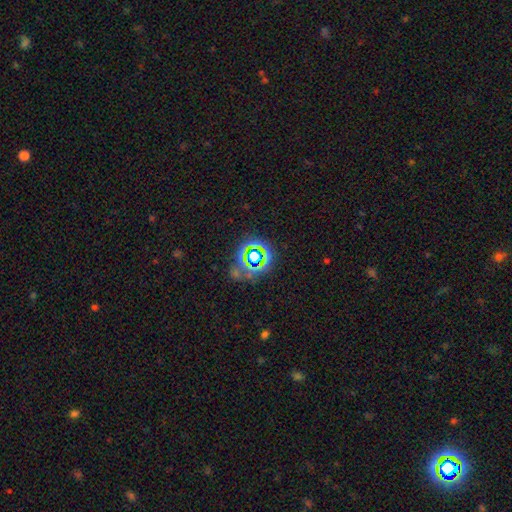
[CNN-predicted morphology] Smooth or featured?
  - star or artifact: 55% *
  - smooth: 29%
  - featured or disk: 17%